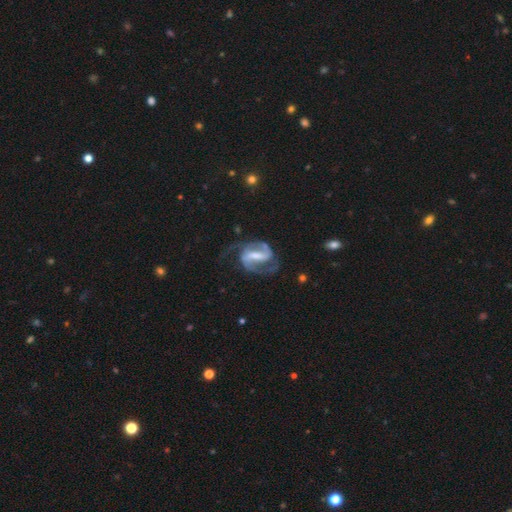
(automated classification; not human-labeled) Smooth or featured? Predicted: featured or disk (p=0.90). Edge-on disk? Predicted: no (p=0.98). Bar? Predicted: strong (p=0.60). Spiral arms? Predicted: yes (p=0.97). Spiral winding? Predicted: medium (p=0.57). Spiral arm count? Predicted: 2 (p=0.91). Bulge size? Predicted: moderate (p=0.35). Merging? Predicted: none (p=0.64).